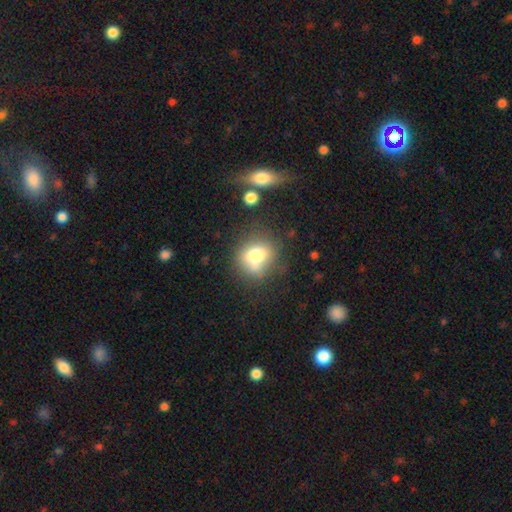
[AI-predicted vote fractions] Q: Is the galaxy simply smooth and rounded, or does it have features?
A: smooth — 73%.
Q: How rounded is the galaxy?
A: round — 65%.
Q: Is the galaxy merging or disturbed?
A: none — 56%.